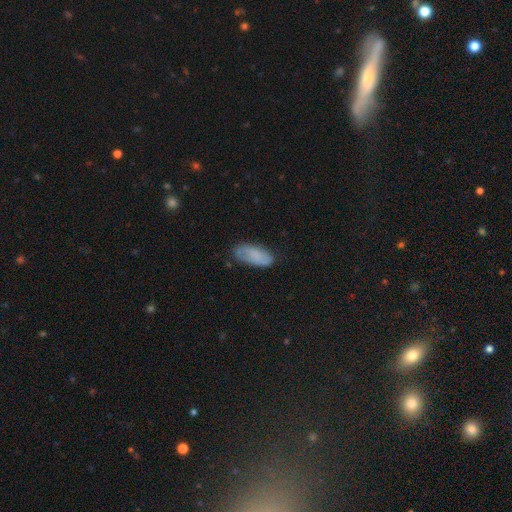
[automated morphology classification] This is likely a smooth galaxy (75%). How rounded: clearly in between (88%). Merging: likely none (69%).